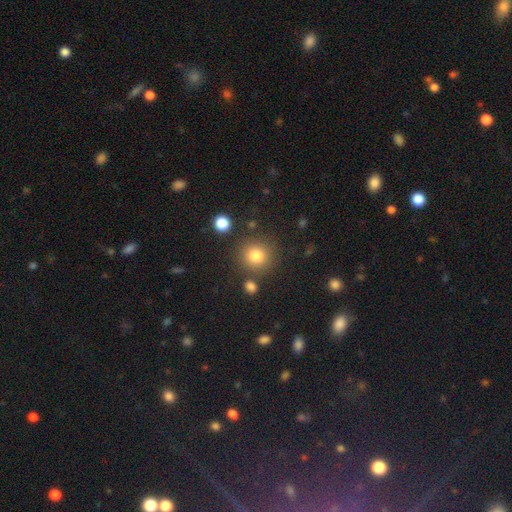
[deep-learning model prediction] This appears to be a smooth galaxy with no disk features (81%) that is round (92%). Merging: none (82%).